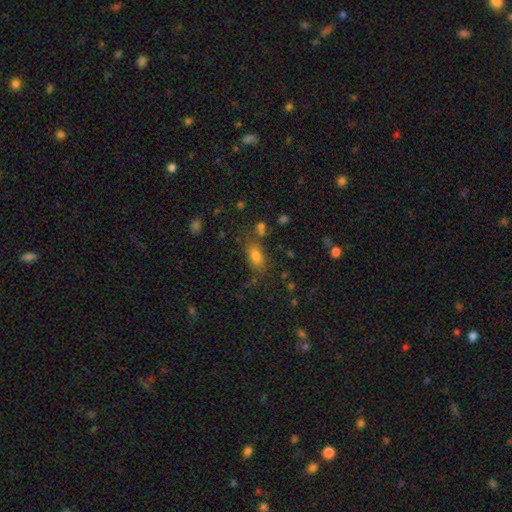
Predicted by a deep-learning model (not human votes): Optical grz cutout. It shows a smooth galaxy with no disk features (76%) that is in between round and cigar-shaped (83%). Merging: none (71%).